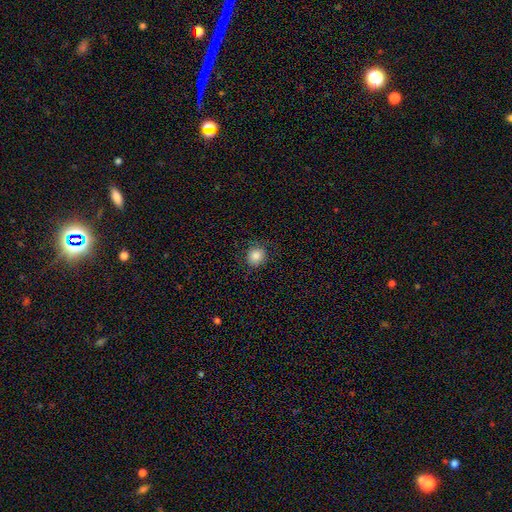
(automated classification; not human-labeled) A smooth galaxy with no disk features (85%) that is round (83%). Merging: none (83%).